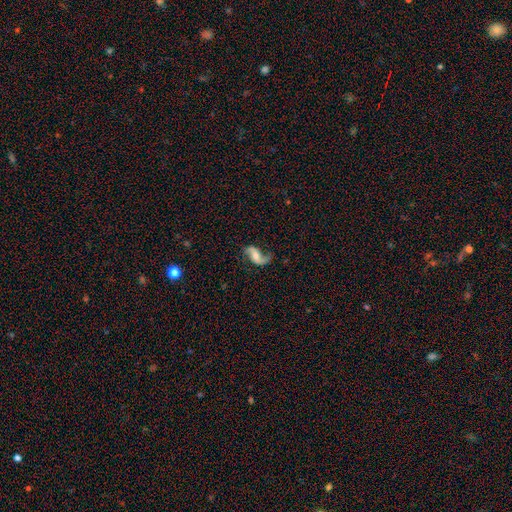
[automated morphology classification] featured or disk 84%, smooth 10%, star or artifact 6%. Down the decision tree: edge-on disk — no (97%); bar — no (51%); spiral arms — yes (96%); spiral arm count — 2 (88%); spiral winding — loose (77%); bulge size — moderate (54%); merging — none (70%).